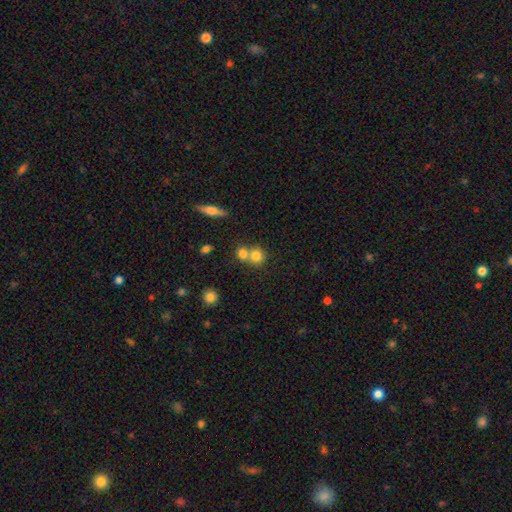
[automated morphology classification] This appears to be a smooth galaxy with no disk features (78%) that is round (82%). Merging: merger (47%).